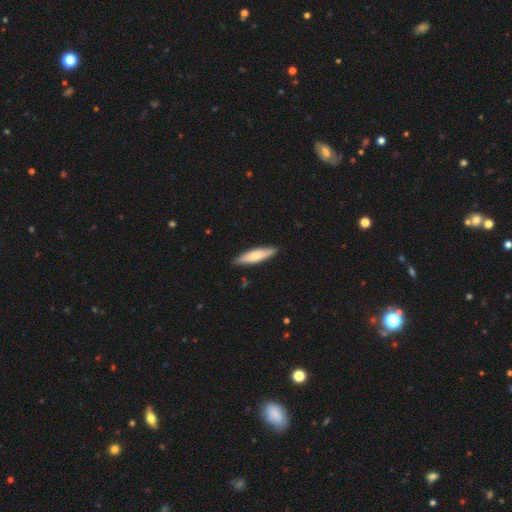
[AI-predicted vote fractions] smooth-or-featured: smooth: 70% | featured or disk: 24% | star or artifact: 5%
  how-rounded: cigar-shaped: 69% | in between: 30% | round: 2%
  merging: none: 88% | minor disturbance: 9% | major disturbance: 2% | merger: 1%